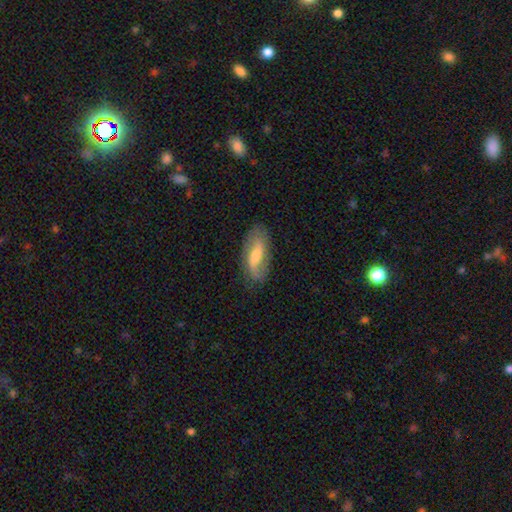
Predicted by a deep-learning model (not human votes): This is possibly a featured or disk galaxy (52%). It is clearly not viewed edge-on (86%). Merging: likely none (78%).